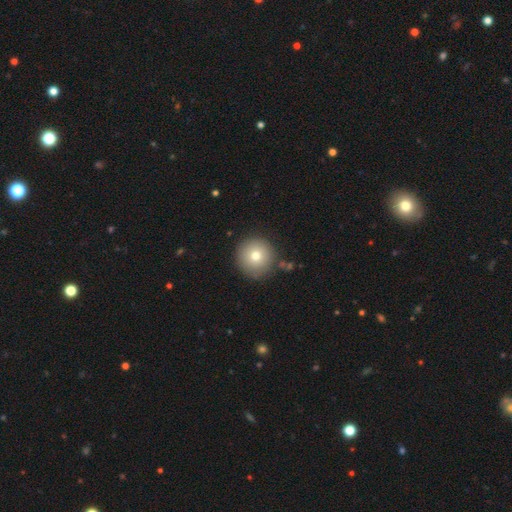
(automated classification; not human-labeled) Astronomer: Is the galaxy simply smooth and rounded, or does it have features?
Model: smooth — 75%.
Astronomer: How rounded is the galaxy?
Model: round — 96%.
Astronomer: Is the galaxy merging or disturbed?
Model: none — 86%.